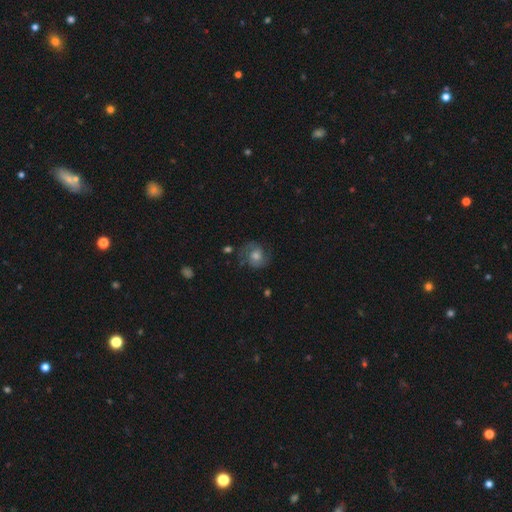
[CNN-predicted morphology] Overall: featured or disk (64%). Edge-on disk: no (97%). Bar: no (68%). Spiral arms: yes (92%). Spiral arm count: 2 (81%). Spiral winding: medium (50%; tight 33%). Bulge size: moderate (56%; large 20%). Merging: none (73%).